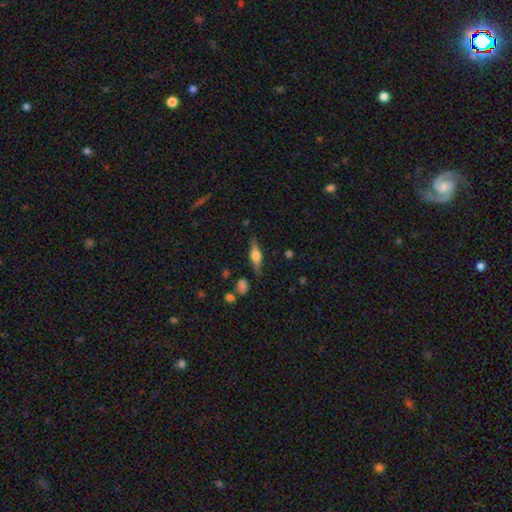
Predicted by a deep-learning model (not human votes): The model was most divided on "smooth or featured": featured or disk: 64%, smooth: 29%, star or artifact: 7%. More confident: edge-on disk — yes (95%); edge-on bulge — rounded (89%); merging — none (83%).